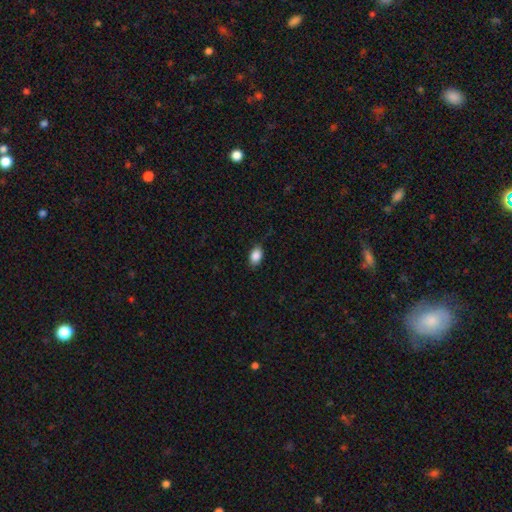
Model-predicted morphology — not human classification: Smooth or featured: smooth — 88% (star or artifact — 8%)
How rounded: in between — 86% (round — 12%)
Merging: none — 82% (minor disturbance — 15%)